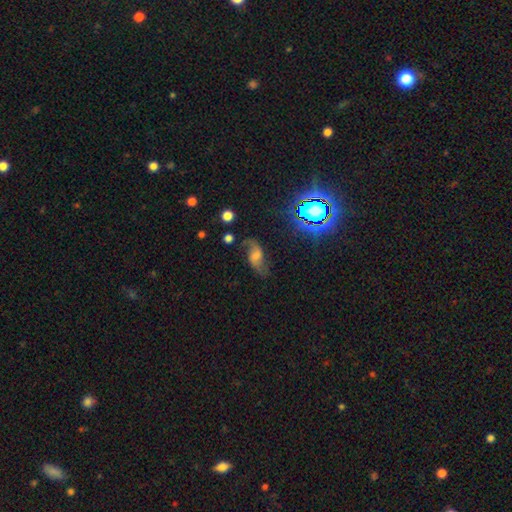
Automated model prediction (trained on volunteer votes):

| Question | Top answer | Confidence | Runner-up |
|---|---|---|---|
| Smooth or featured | featured or disk | 64% | smooth (23%) |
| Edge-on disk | no | 94% | yes (6%) |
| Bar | weak | 46% | no (40%) |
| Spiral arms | yes | 91% | no (9%) |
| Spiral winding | loose | 77% | medium (18%) |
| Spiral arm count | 2 | 86% | 1 (6%) |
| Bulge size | moderate | 31% | none (28%) |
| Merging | none | 61% | minor disturbance (21%) |